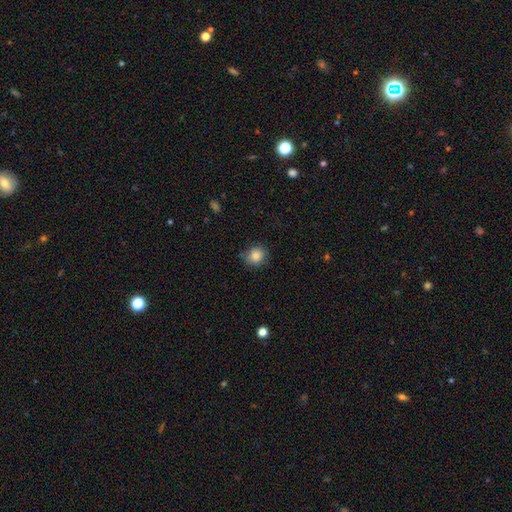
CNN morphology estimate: A smooth galaxy with no disk features (85%) that is round (83%). Merging: none (76%).